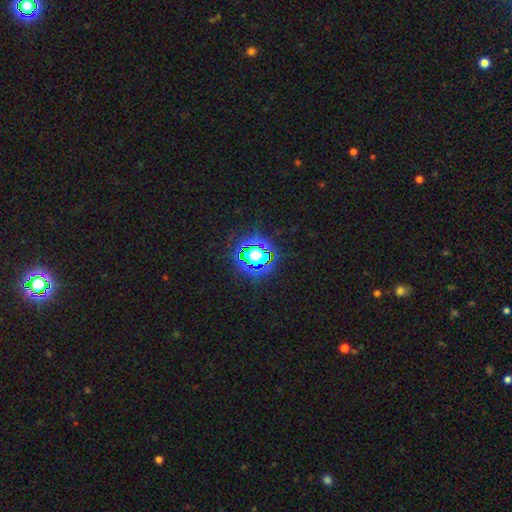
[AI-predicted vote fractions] smooth-or-featured: star or artifact: 63% | smooth: 24% | featured or disk: 13%